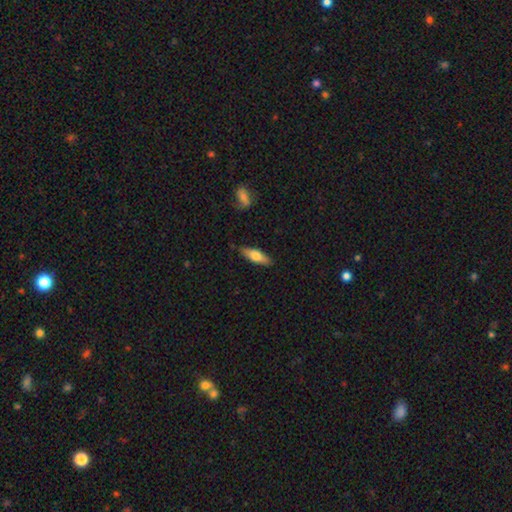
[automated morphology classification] type=smooth (64%); roundness=cigar-shaped (50%); merging=none (83%).